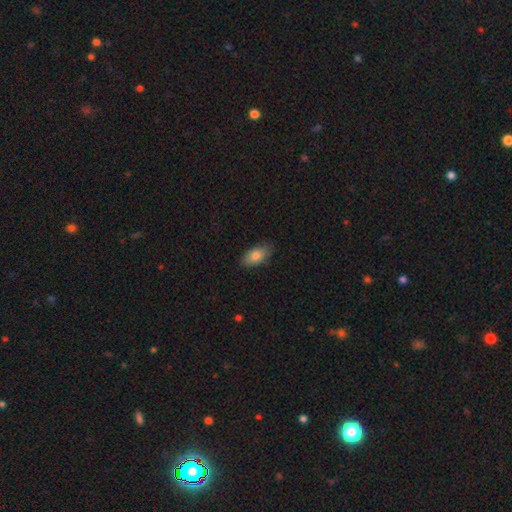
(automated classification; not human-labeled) smooth 80%, featured or disk 13%, star or artifact 7%. Down the decision tree: how rounded — in between (91%); merging — none (80%).